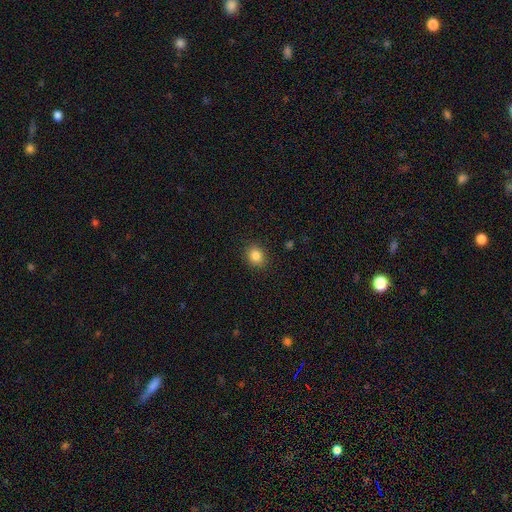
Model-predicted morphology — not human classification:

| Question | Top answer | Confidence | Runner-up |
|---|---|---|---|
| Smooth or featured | smooth | 84% | star or artifact (11%) |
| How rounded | round | 66% | in between (33%) |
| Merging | none | 90% | minor disturbance (7%) |